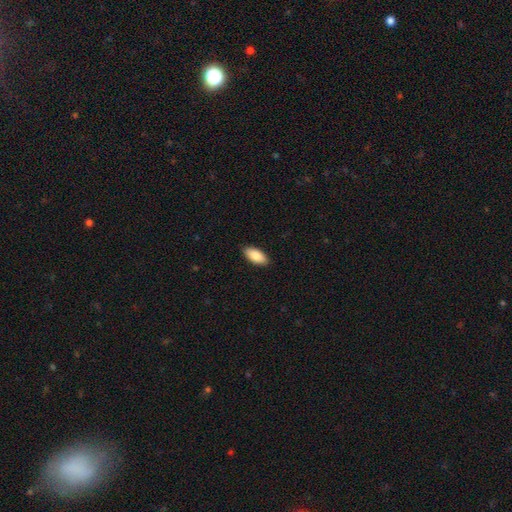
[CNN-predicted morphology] This is clearly a smooth galaxy (87%). How rounded: clearly in between (91%). Merging: clearly none (89%).